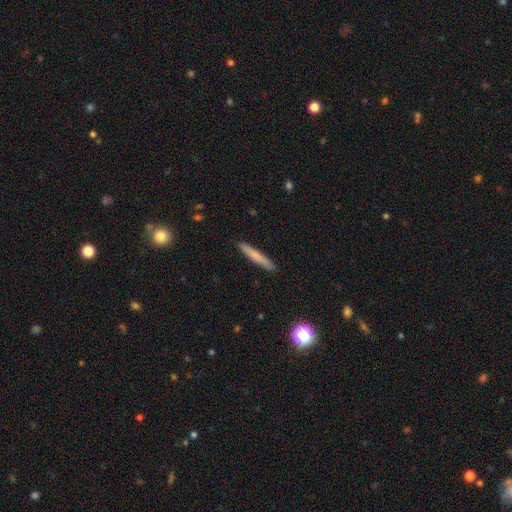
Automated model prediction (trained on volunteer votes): Smooth or featured: smooth — 73% (featured or disk — 20%)
How rounded: cigar-shaped — 94% (in between — 4%)
Merging: none — 91% (minor disturbance — 7%)